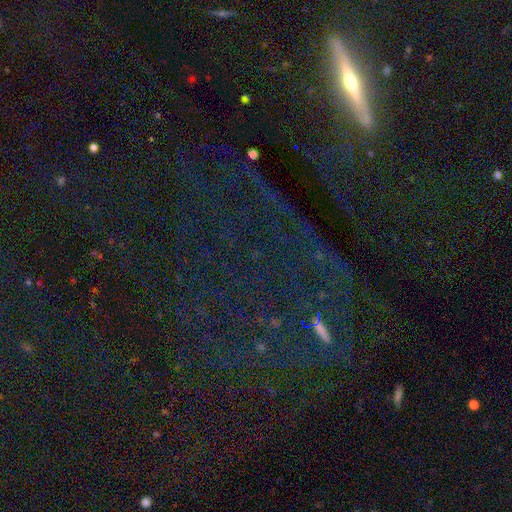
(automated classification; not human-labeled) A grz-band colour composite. It shows a star or artifact, not a galaxy (61%).